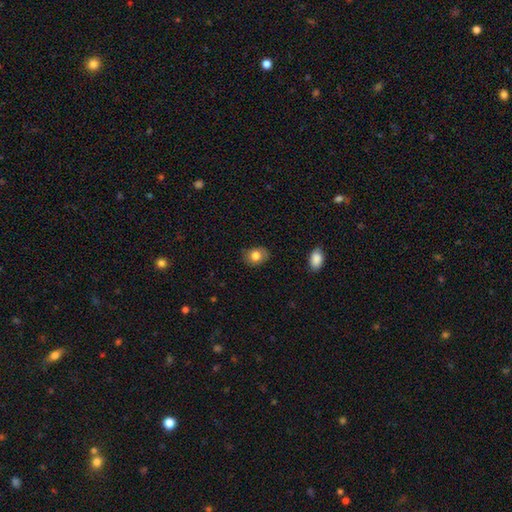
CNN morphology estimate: type=smooth (81%); roundness=in between (59%); merging=none (79%).